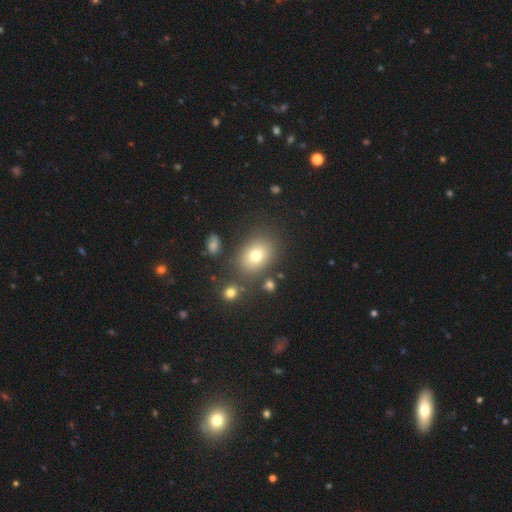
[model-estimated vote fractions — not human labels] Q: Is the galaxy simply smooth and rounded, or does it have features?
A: smooth — 74%.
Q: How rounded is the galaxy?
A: in between — 62%.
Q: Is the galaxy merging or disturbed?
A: none — 79%.